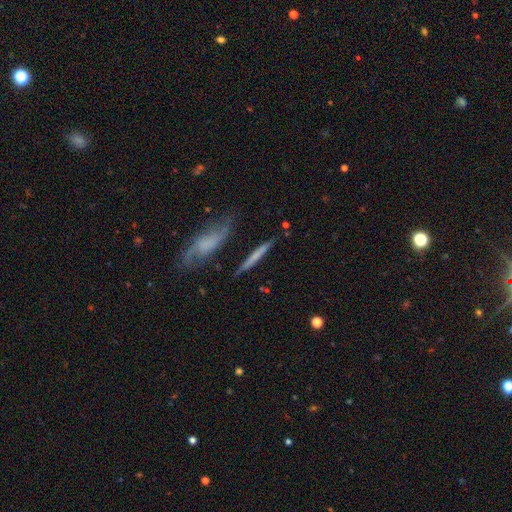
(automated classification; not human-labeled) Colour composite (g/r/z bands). It shows a smooth galaxy with no disk features (48%). Merging: none (78%).